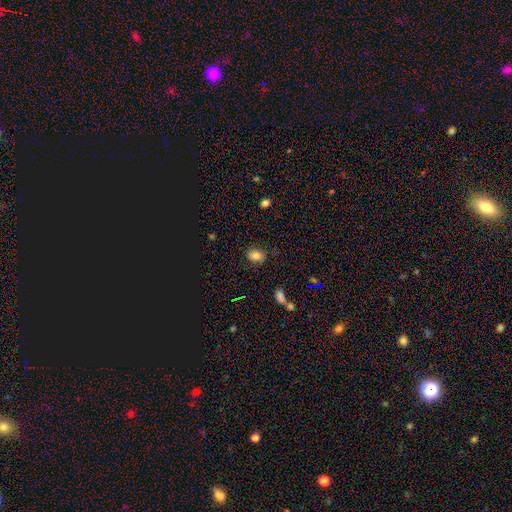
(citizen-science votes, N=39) smooth_or_featured: smooth (p=0.79) [alt: featured or disk p=0.13]
how_rounded: in between (p=0.58) [alt: round p=0.42]
merging: none (p=0.89) [alt: minor disturbance p=0.08]